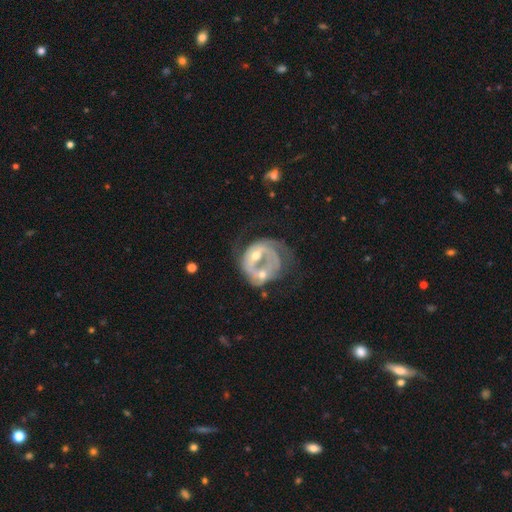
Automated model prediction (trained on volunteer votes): A featured or disk galaxy (75%) with no bar (62%), spiral arms (60%) and a moderate central bulge (52%).

Vote fractions:
- Smooth or featured? featured or disk: 75% / smooth: 18% / star or artifact: 7%
- Edge-on disk? no: 97% / yes: 3%
- Bar? no: 62% / weak: 28% / strong: 10%
- Spiral arms? yes: 60% / no: 40%
- Bulge size? moderate: 52% / small: 39% / none: 5% / large: 3% / dominant: 1%
- Merging? merger: 60% / major disturbance: 18% / none: 14% / minor disturbance: 8%